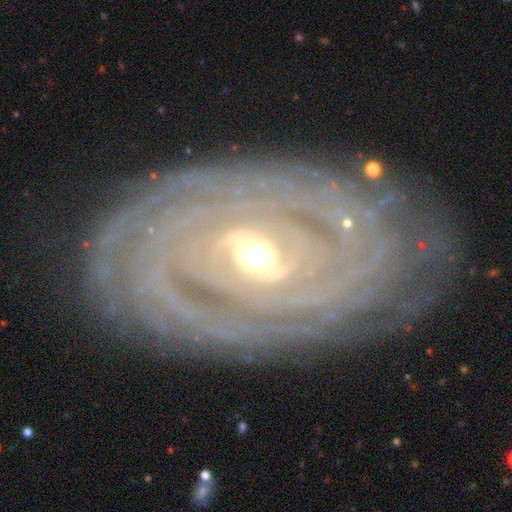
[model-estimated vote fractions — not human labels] This is clearly a featured or disk galaxy (90%). It is clearly not viewed edge-on (94%). Bar: marginally weak (38%). Spiral arm pattern: clearly yes (96%). Spiral arm count: marginally can't tell (31%). Spiral winding: clearly tight (84%). Central bulge: possibly moderate (57%). Merging: likely none (79%).